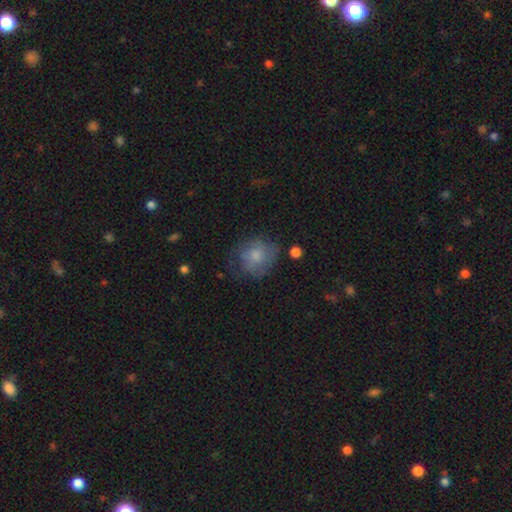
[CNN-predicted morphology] type=smooth (69%); roundness=round (76%); merging=none (54%).